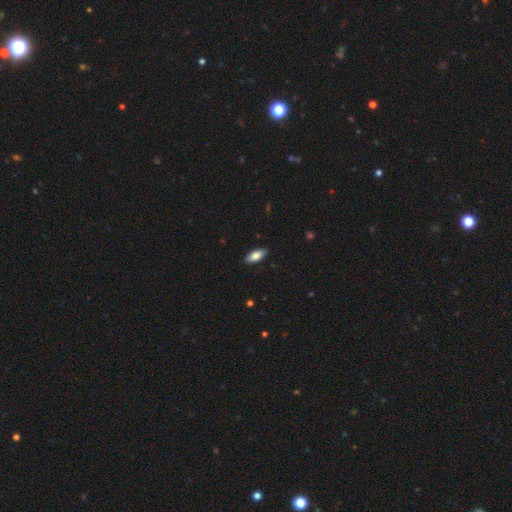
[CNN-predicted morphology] Smooth or featured? Predicted: smooth (p=0.78). How rounded? Predicted: in between (p=0.81). Merging? Predicted: none (p=0.89).